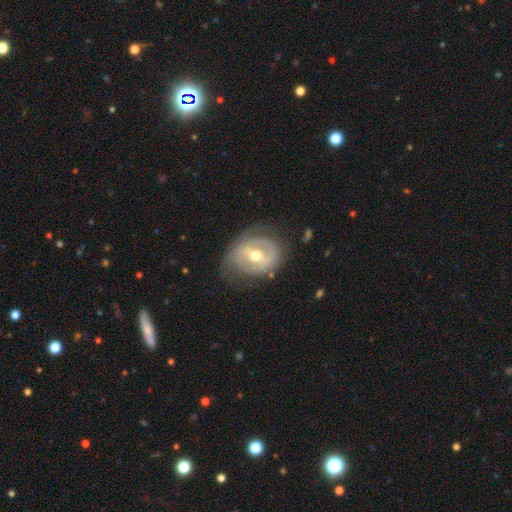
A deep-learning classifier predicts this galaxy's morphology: The model was most divided on "bar": weak: 41%, strong: 38%, no: 21%. More confident: edge-on disk — no (95%); bulge size — moderate (71%); smooth or featured — featured or disk (70%); merging — none (66%); spiral arms — no (52%).